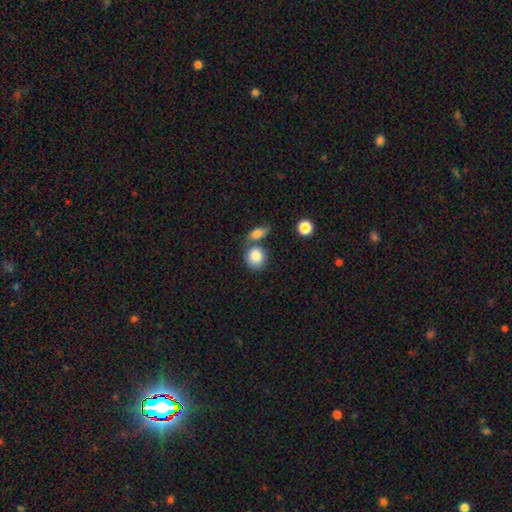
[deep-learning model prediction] Q: Smooth or featured?
A: smooth (85%); runner-up: featured or disk (8%)
Q: How rounded?
A: round (68%); runner-up: in between (31%)
Q: Merging?
A: none (50%); runner-up: merger (33%)